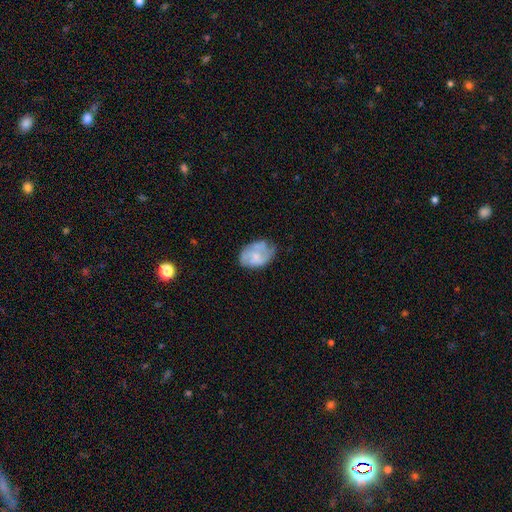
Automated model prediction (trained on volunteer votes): smooth-or-featured: featured or disk: 49% | smooth: 44% | star or artifact: 7%
  merging: none: 51% | minor disturbance: 33% | major disturbance: 14% | merger: 2%